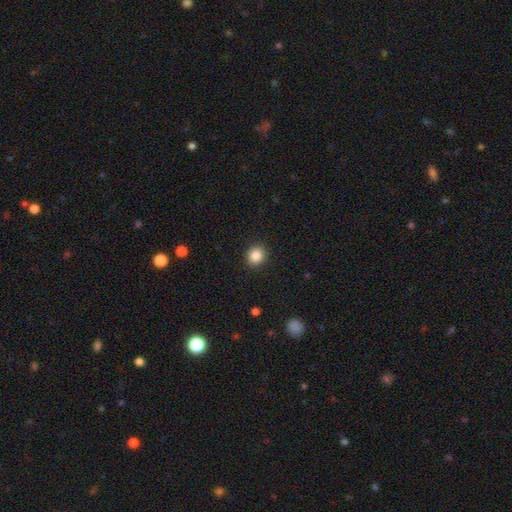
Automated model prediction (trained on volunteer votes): Smooth or featured: smooth — 86% (star or artifact — 10%)
How rounded: round — 87% (in between — 12%)
Merging: none — 91% (minor disturbance — 6%)